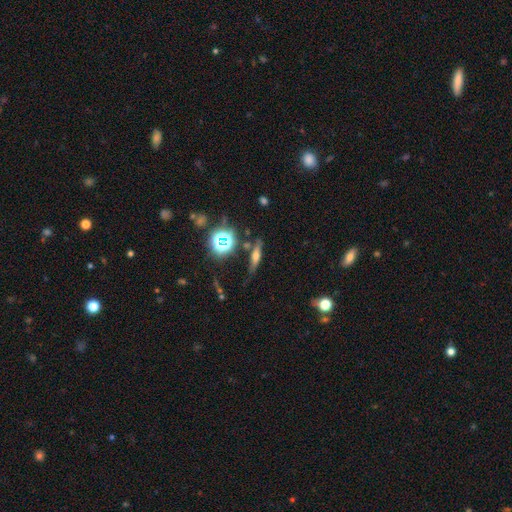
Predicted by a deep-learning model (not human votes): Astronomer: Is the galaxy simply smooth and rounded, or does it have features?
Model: smooth — 43% (runner-up: featured or disk, 34%).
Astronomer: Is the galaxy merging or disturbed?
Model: none — 72%.